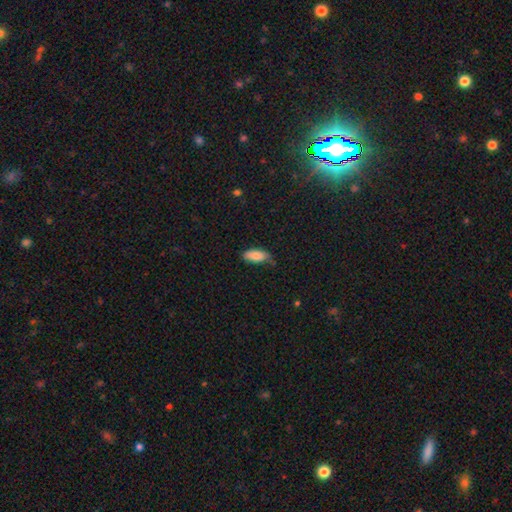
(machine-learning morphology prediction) A smooth galaxy with no disk features (84%) that is in between round and cigar-shaped (83%).

Vote fractions:
- Smooth or featured? smooth: 84% / featured or disk: 10% / star or artifact: 7%
- How rounded? in between: 83% / cigar-shaped: 14% / round: 2%
- Merging? none: 60% / minor disturbance: 32% / major disturbance: 6% / merger: 2%